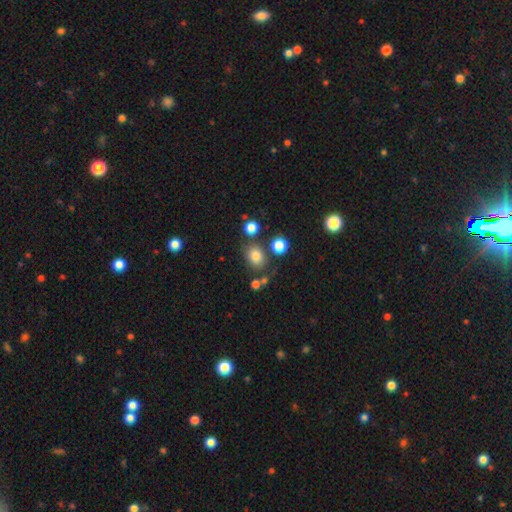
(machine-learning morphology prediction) smooth 79%, star or artifact 13%, featured or disk 8%. Down the decision tree: how rounded — round (58%); merging — none (72%).